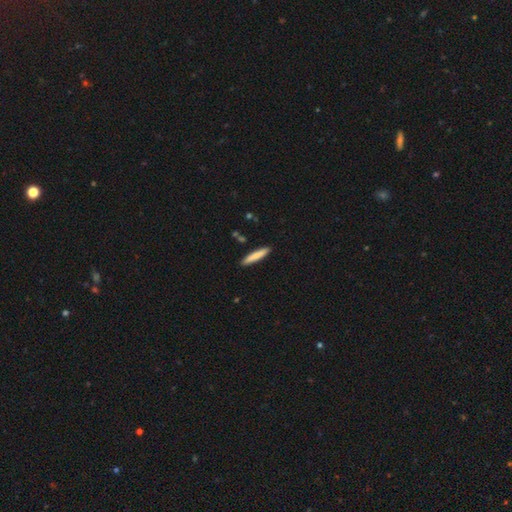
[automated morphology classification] smooth-or-featured: smooth: 77% | featured or disk: 17% | star or artifact: 6%
  how-rounded: cigar-shaped: 91% | in between: 8% | round: 1%
  merging: none: 89% | minor disturbance: 8% | merger: 2% | major disturbance: 2%